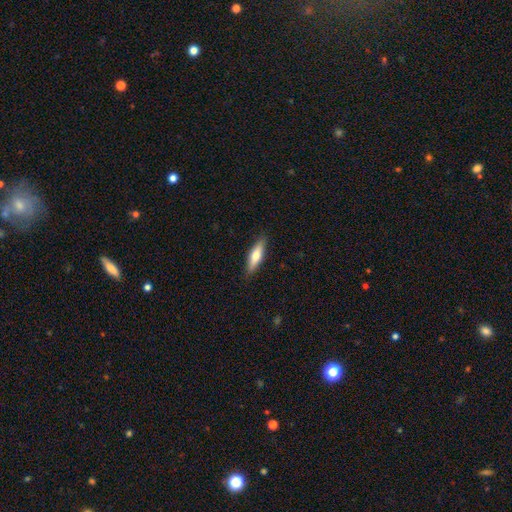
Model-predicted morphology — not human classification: A smooth galaxy with no disk features (68%) that is cigar-shaped (61%).

Vote fractions:
- Smooth or featured? smooth: 68% / featured or disk: 26% / star or artifact: 6%
- How rounded? cigar-shaped: 61% / in between: 37% / round: 2%
- Merging? none: 87% / minor disturbance: 10% / major disturbance: 2% / merger: 1%